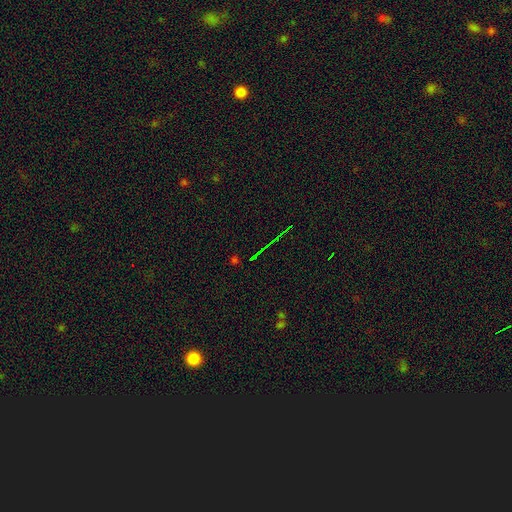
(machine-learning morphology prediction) Smooth or featured? Predicted: star or artifact (p=0.73).